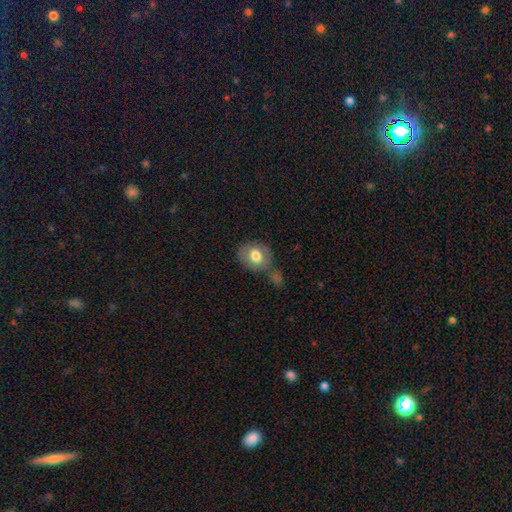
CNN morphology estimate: A smooth galaxy with no disk features (74%) that is round (56%).

Vote fractions:
- Smooth or featured? smooth: 74% / featured or disk: 18% / star or artifact: 8%
- How rounded? round: 56% / in between: 43% / cigar-shaped: 1%
- Merging? none: 54% / merger: 19% / minor disturbance: 19% / major disturbance: 8%